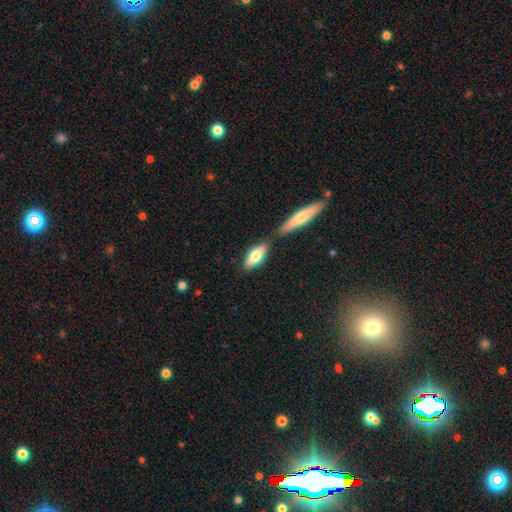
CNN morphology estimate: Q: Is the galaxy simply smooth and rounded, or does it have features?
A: smooth — 73%.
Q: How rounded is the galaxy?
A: in between — 69%.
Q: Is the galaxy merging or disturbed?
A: none — 65%.